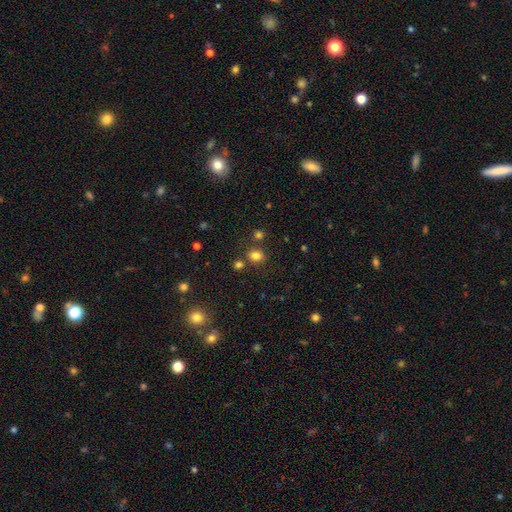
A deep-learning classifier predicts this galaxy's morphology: Smooth or featured? Predicted: smooth (p=0.79). How rounded? Predicted: round (p=0.58). Merging? Predicted: none (p=0.76).